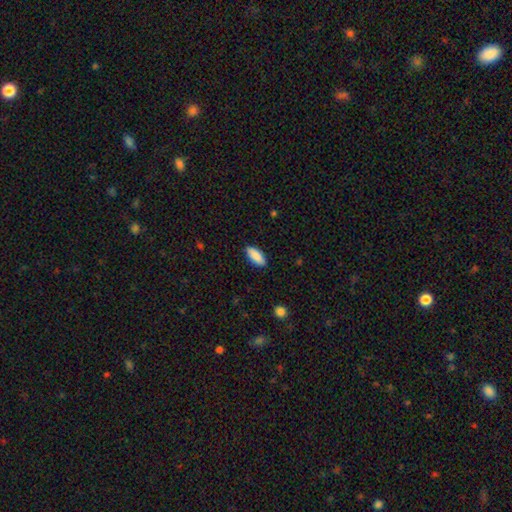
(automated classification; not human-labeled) A smooth galaxy with no disk features (90%) that is in between round and cigar-shaped (84%).

Vote fractions:
- Smooth or featured? smooth: 90% / star or artifact: 6% / featured or disk: 4%
- How rounded? in between: 84% / cigar-shaped: 14% / round: 2%
- Merging? none: 89% / minor disturbance: 8% / major disturbance: 2% / merger: 1%